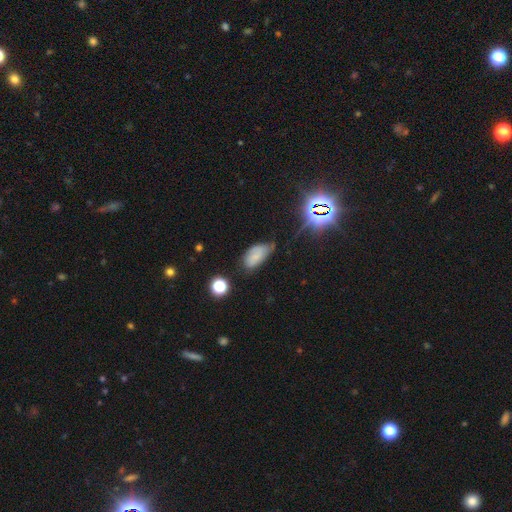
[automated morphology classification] This appears to be a smooth galaxy with no disk features (66%) that is in between round and cigar-shaped (92%). Merging: none (48%).